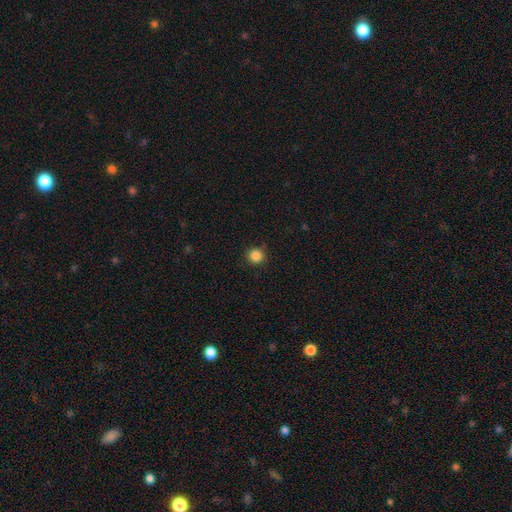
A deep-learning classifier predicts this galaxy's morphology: The model was most divided on "smooth or featured": smooth: 86%, star or artifact: 11%, featured or disk: 3%. More confident: how rounded — round (95%); merging — none (89%).